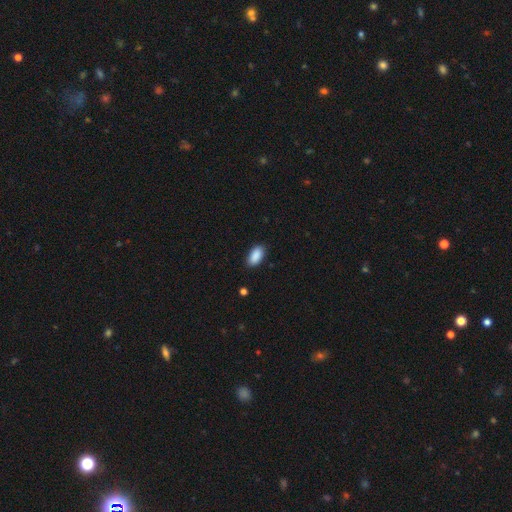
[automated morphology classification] The model was most divided on "merging": none: 85%, minor disturbance: 11%, major disturbance: 2%, merger: 1%. More confident: how rounded — in between (93%); smooth or featured — smooth (90%).